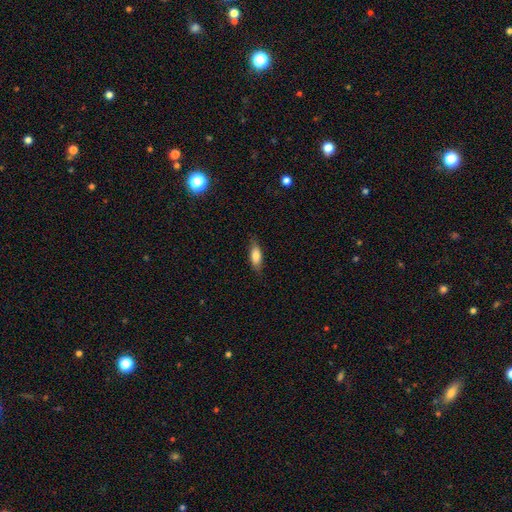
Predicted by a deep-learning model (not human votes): The model was most divided on "how rounded": in between: 71%, cigar-shaped: 27%, round: 3%. More confident: merging — none (79%); smooth or featured — smooth (79%).